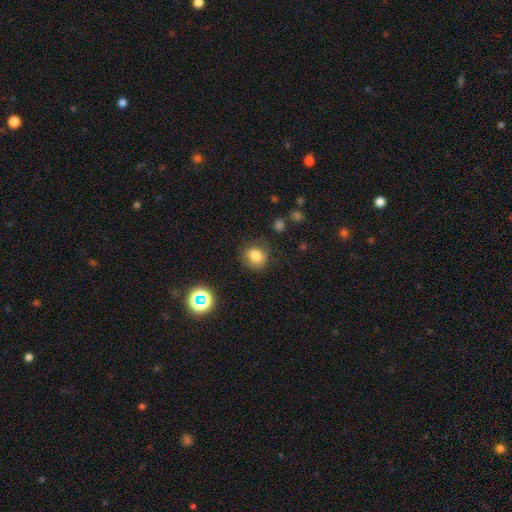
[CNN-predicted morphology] This is likely a smooth galaxy (79%). How rounded: likely round (74%). Merging: likely none (76%).